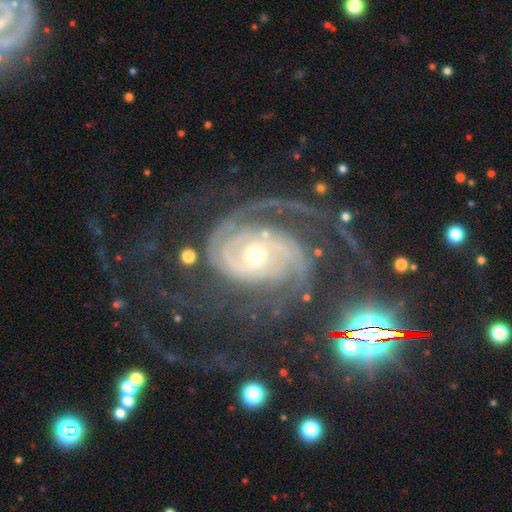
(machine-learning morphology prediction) This appears to be a featured or disk galaxy (90%) with no bar (64%), 2 (46%) tight (50%) spiral arms (98%) and a small central bulge (49%). Merging: none (51%).